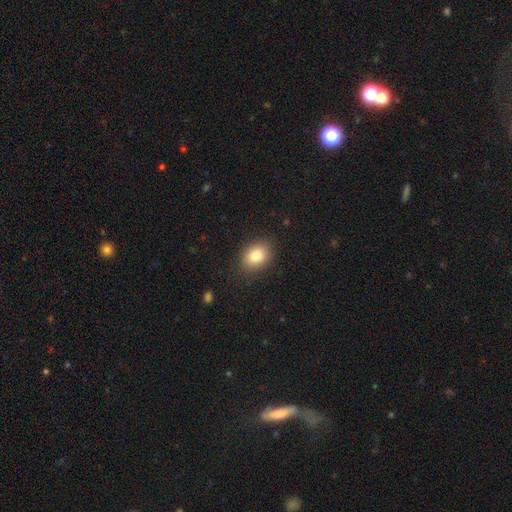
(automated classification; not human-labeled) smooth 83%, star or artifact 9%, featured or disk 8%. Down the decision tree: how rounded — in between (67%); merging — none (85%).